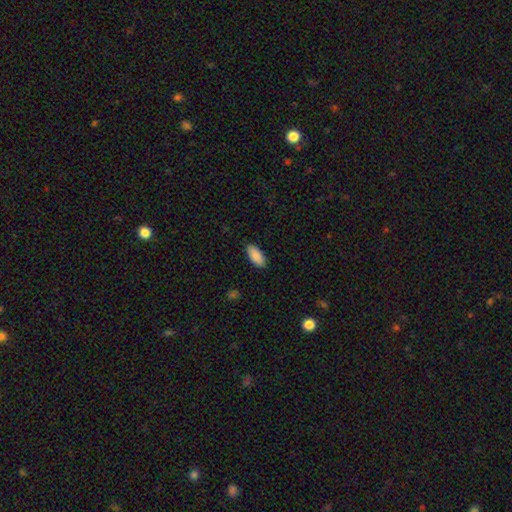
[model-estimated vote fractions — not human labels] smooth 90%, star or artifact 6%, featured or disk 4%. Down the decision tree: how rounded — in between (90%); merging — none (87%).